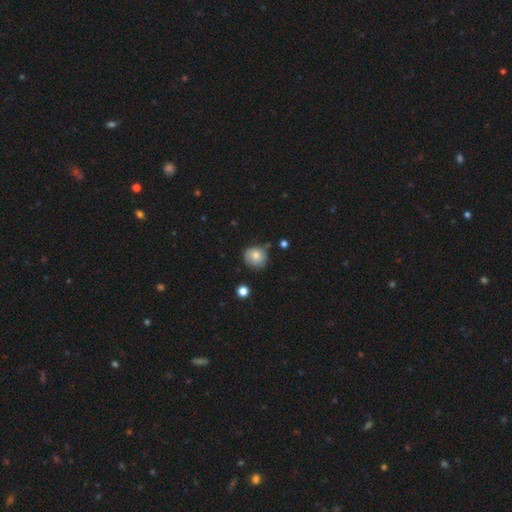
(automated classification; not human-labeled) Smooth or featured? smooth (77%)
How rounded? round (87%)
Merging? none (72%)